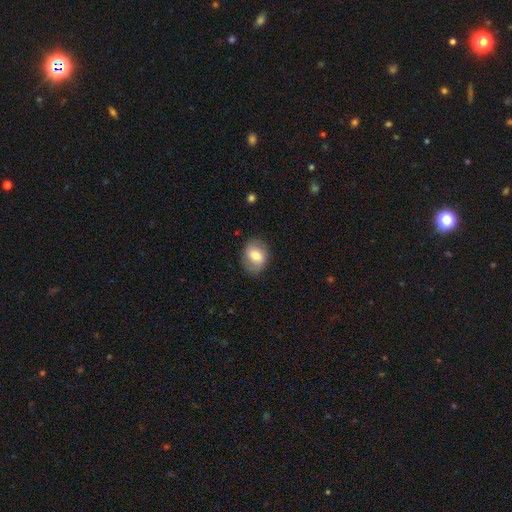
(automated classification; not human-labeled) The model was most divided on "how rounded": in between: 59%, round: 40%, cigar-shaped: 1%. More confident: merging — none (80%); smooth or featured — smooth (65%).